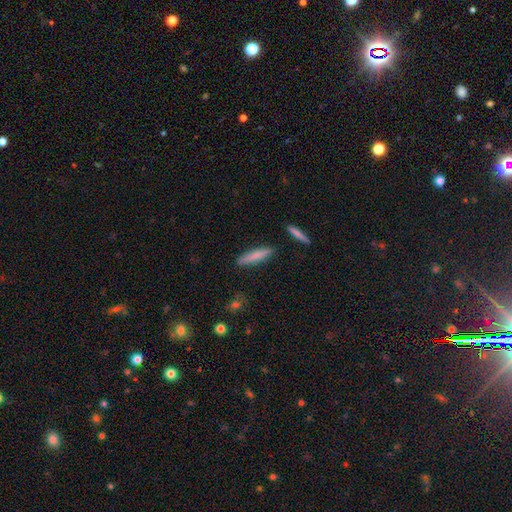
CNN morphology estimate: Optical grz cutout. It shows a smooth galaxy with no disk features (78%) that is cigar-shaped (89%). Merging: none (87%).